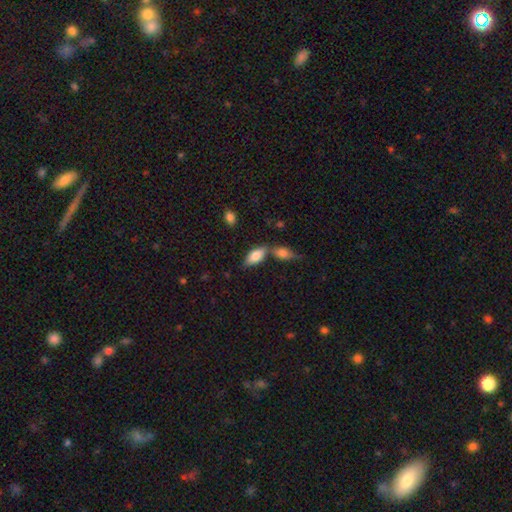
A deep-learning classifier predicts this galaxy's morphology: smooth-or-featured: smooth: 77% | featured or disk: 16% | star or artifact: 7%
  how-rounded: in between: 86% | cigar-shaped: 11% | round: 3%
  merging: none: 55% | merger: 28% | minor disturbance: 14% | major disturbance: 4%